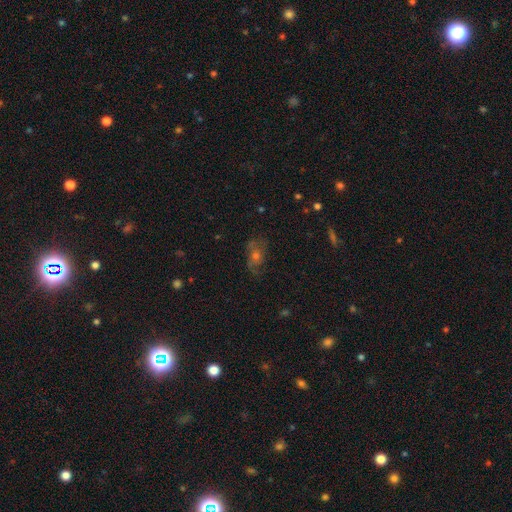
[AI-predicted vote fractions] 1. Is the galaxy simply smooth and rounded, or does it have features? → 45% featured or disk, 31% smooth, 24% star or artifact.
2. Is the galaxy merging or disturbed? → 66% none, 20% minor disturbance, 13% major disturbance, 2% merger.